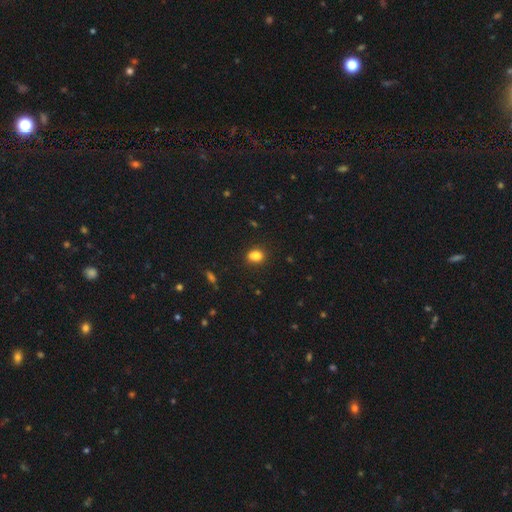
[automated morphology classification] Smooth or featured: smooth — 84% (star or artifact — 10%)
How rounded: in between — 64% (round — 35%)
Merging: none — 79% (minor disturbance — 14%)